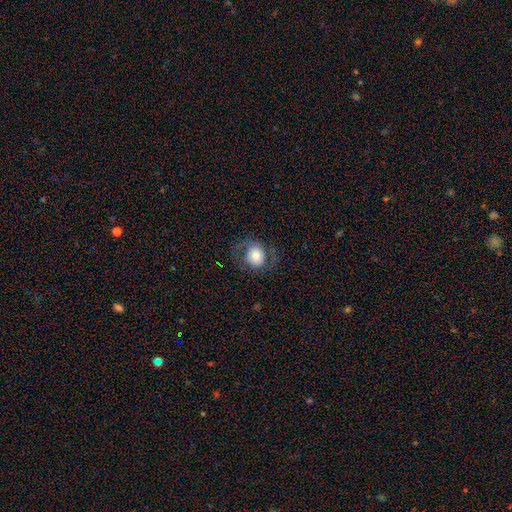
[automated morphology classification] A smooth galaxy with no disk features (61%) that is round (69%).

Vote fractions:
- Smooth or featured? smooth: 61% / featured or disk: 31% / star or artifact: 9%
- How rounded? round: 69% / in between: 30% / cigar-shaped: 1%
- Merging? none: 67% / minor disturbance: 16% / major disturbance: 15% / merger: 1%